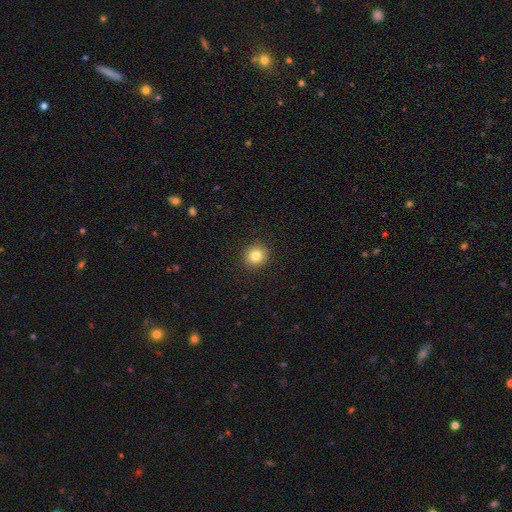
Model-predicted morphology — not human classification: smooth_or_featured: smooth (p=0.82) [alt: star or artifact p=0.11]
how_rounded: round (p=0.86) [alt: in between p=0.13]
merging: none (p=0.92) [alt: minor disturbance p=0.05]